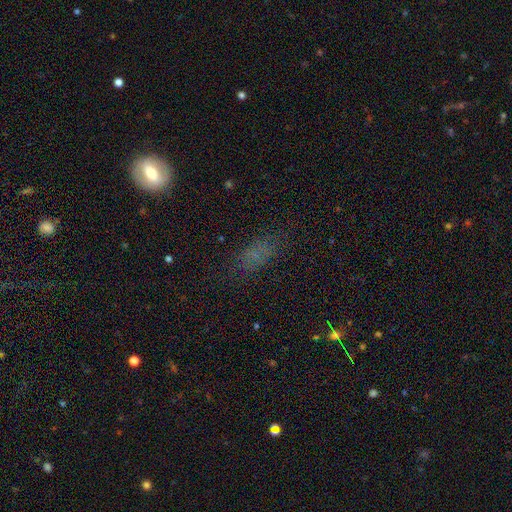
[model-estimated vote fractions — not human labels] Smooth or featured: smooth — 62% (star or artifact — 22%)
How rounded: in between — 76% (cigar-shaped — 16%)
Merging: none — 70% (minor disturbance — 18%)